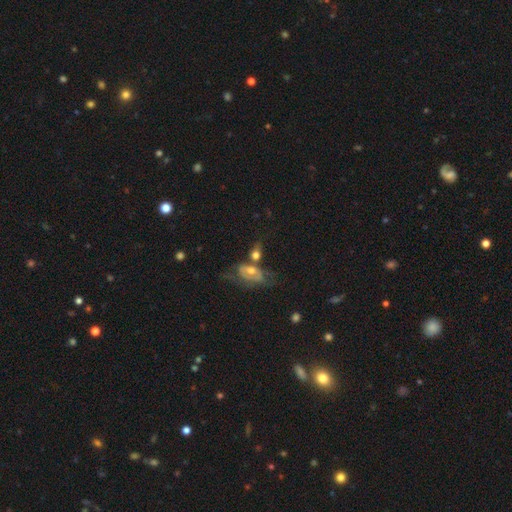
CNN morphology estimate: type=smooth (57%); roundness=in between (72%); merging=none (35%).